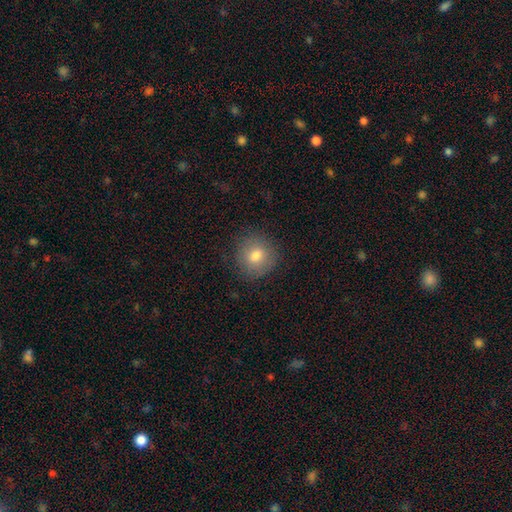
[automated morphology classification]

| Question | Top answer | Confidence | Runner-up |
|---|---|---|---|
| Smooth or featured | smooth | 77% | featured or disk (13%) |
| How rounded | round | 89% | in between (10%) |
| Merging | none | 86% | minor disturbance (10%) |